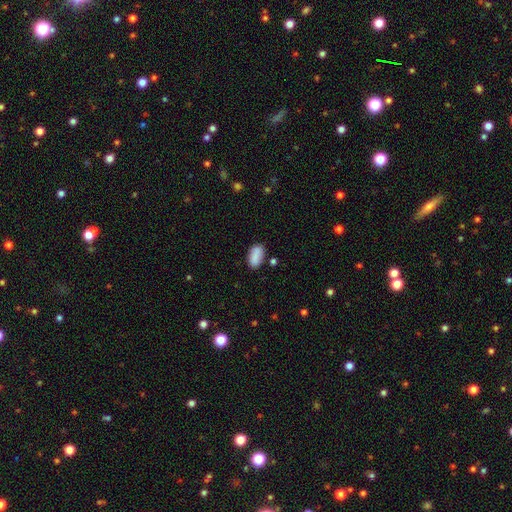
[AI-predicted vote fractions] smooth_or_featured: smooth (p=0.86) [alt: star or artifact p=0.07]
how_rounded: in between (p=0.93) [alt: round p=0.04]
merging: none (p=0.76) [alt: minor disturbance p=0.15]